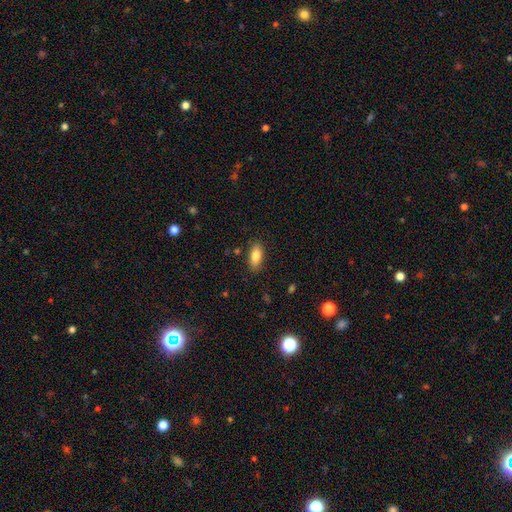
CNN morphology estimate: Smooth or featured: smooth — 83% (featured or disk — 9%)
How rounded: in between — 85% (cigar-shaped — 12%)
Merging: none — 85% (minor disturbance — 11%)